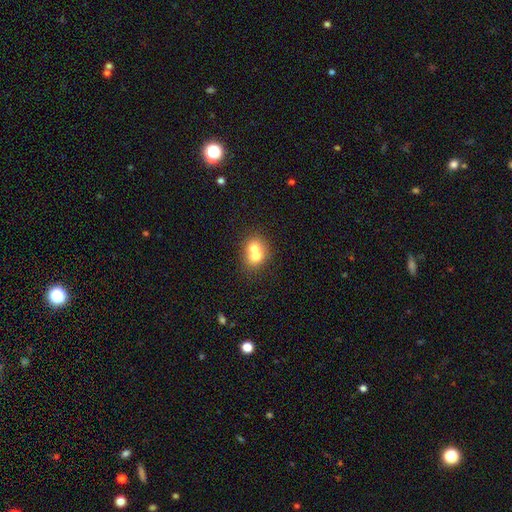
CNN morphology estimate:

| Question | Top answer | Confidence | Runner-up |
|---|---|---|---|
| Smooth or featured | smooth | 66% | featured or disk (25%) |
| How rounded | round | 63% | in between (36%) |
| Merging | merger | 67% | none (25%) |